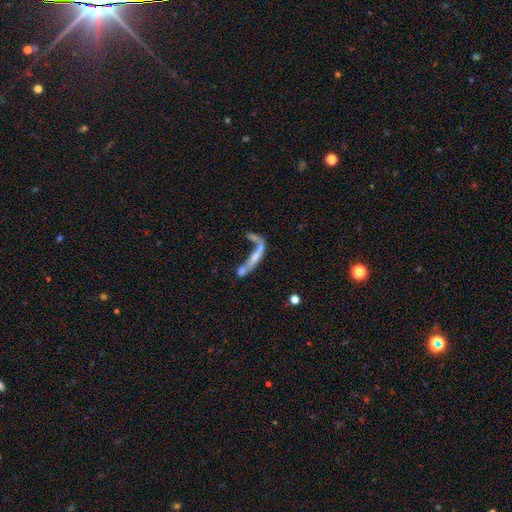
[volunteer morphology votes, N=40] featured or disk 55%, smooth 32%, star or artifact 12%. Down the decision tree: edge-on disk — no (55%); bar — no (83%); spiral arms — no (75%); bulge size — none (58%); merging — merger (51%).